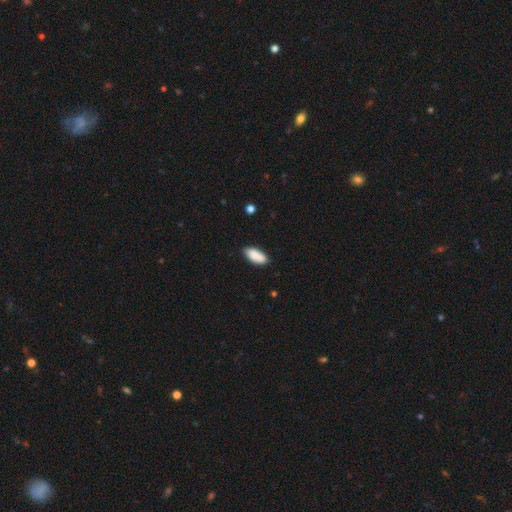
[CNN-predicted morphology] smooth-or-featured: smooth: 87% | star or artifact: 6% | featured or disk: 6%
  how-rounded: in between: 83% | cigar-shaped: 15% | round: 2%
  merging: none: 80% | minor disturbance: 15% | merger: 3% | major disturbance: 3%